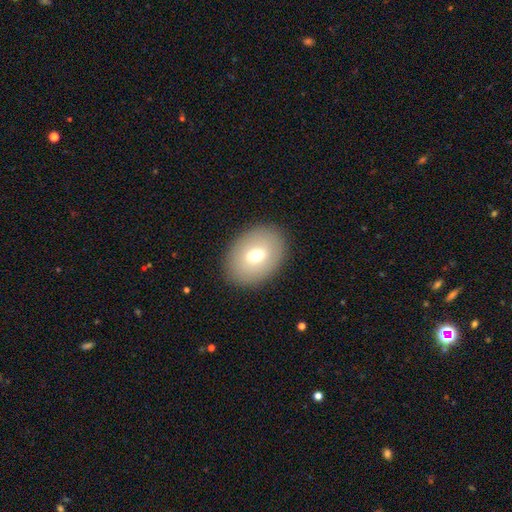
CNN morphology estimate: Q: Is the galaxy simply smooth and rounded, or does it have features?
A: smooth — 67%.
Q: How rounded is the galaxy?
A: in between — 71%.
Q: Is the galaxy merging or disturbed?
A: none — 87%.